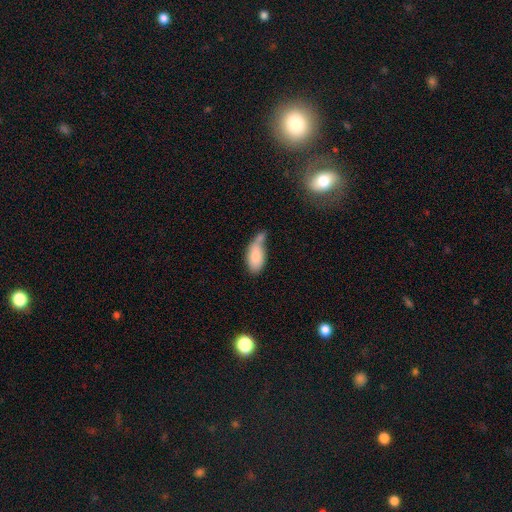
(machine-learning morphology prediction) smooth-or-featured: smooth: 81% | featured or disk: 13% | star or artifact: 6%
  how-rounded: in between: 92% | cigar-shaped: 5% | round: 3%
  merging: merger: 34% | none: 31% | minor disturbance: 23% | major disturbance: 12%